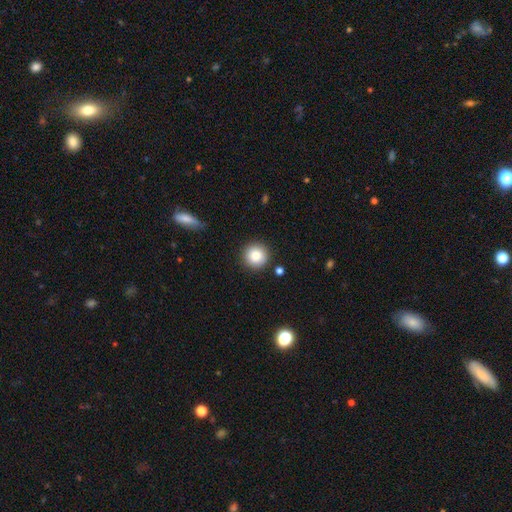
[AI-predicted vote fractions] Q: Smooth or featured?
A: smooth (84%); runner-up: star or artifact (9%)
Q: How rounded?
A: round (95%); runner-up: in between (4%)
Q: Merging?
A: none (89%); runner-up: minor disturbance (7%)